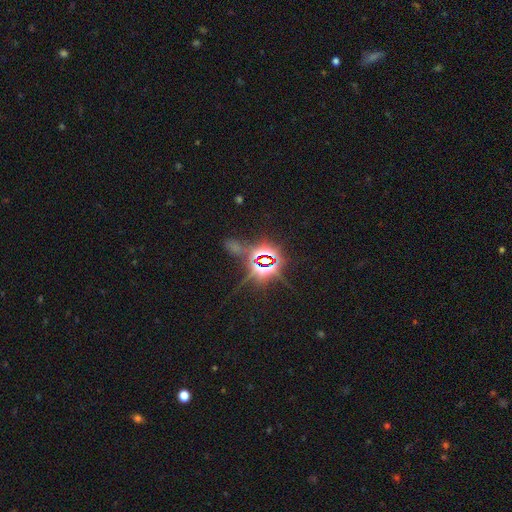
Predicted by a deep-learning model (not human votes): This is likely a star or artifact rather than a galaxy (80%).